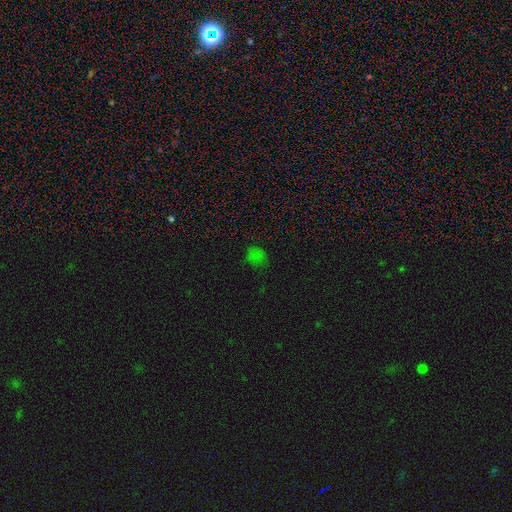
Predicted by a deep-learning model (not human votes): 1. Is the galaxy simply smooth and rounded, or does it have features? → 58% smooth, 36% star or artifact, 6% featured or disk.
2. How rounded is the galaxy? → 76% round, 22% in between, 2% cigar-shaped.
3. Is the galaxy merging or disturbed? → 80% none, 13% minor disturbance, 4% major disturbance, 2% merger.